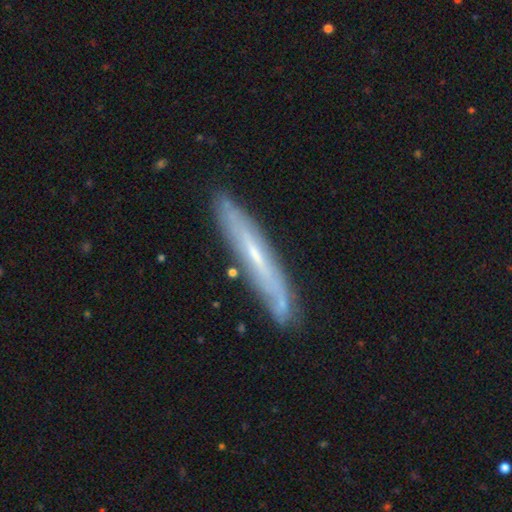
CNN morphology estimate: smooth-or-featured: featured or disk: 62% | smooth: 31% | star or artifact: 7%
  disk-edge-on: yes: 74% | no: 26%
  merging: none: 81% | minor disturbance: 14% | merger: 3% | major disturbance: 3%